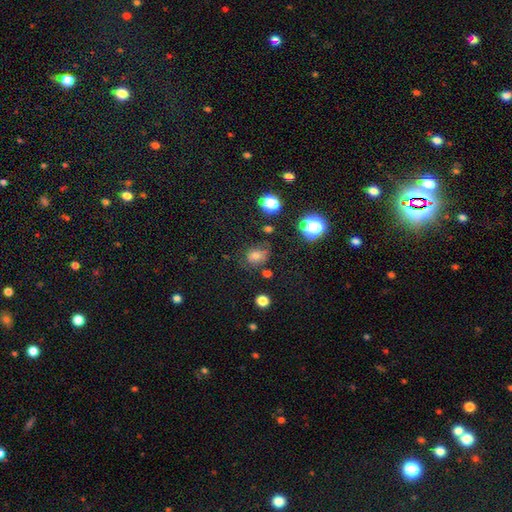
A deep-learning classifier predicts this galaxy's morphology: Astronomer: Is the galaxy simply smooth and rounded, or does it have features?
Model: smooth — 66%.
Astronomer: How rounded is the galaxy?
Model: in between — 51% (runner-up: round, 48%).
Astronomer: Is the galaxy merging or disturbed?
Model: none — 59%.